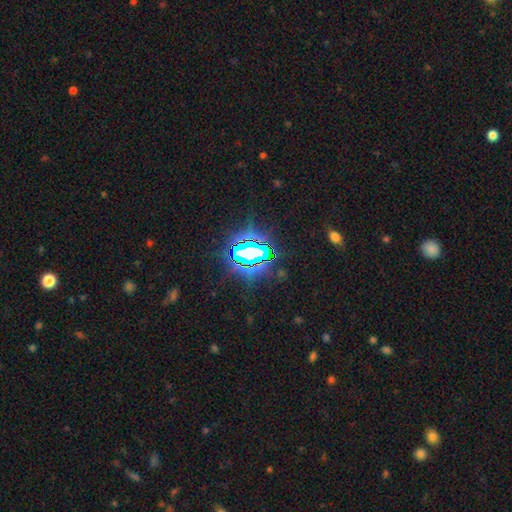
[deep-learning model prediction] Smooth or featured? Predicted: star or artifact (p=0.81).